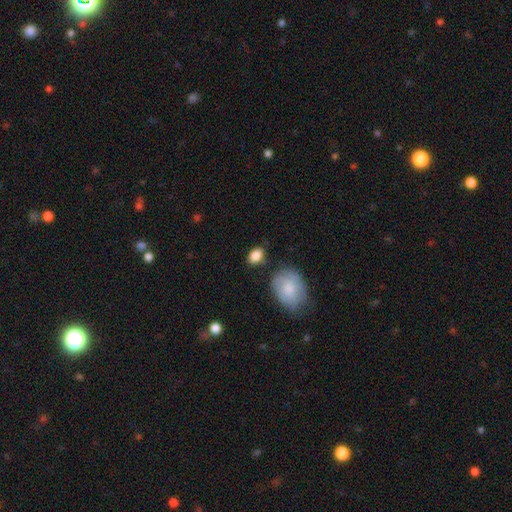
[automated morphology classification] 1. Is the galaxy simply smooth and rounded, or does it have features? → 86% smooth, 7% star or artifact, 6% featured or disk.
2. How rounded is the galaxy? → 79% in between, 20% round, 2% cigar-shaped.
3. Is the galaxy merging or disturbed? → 71% none, 18% minor disturbance, 6% merger, 5% major disturbance.